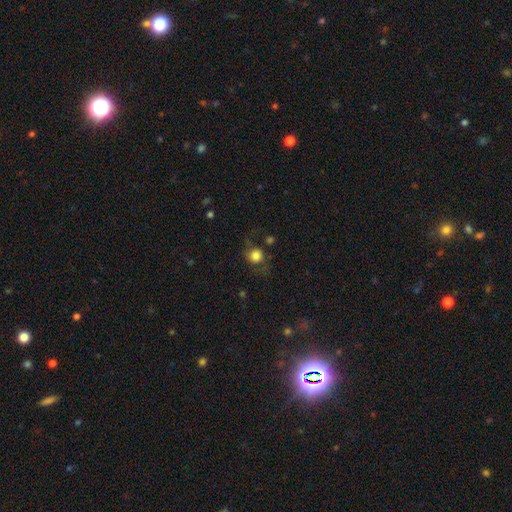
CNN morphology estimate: smooth-or-featured: smooth: 69% | featured or disk: 21% | star or artifact: 11%
  how-rounded: round: 86% | in between: 13% | cigar-shaped: 1%
  merging: none: 64% | minor disturbance: 18% | major disturbance: 15% | merger: 3%